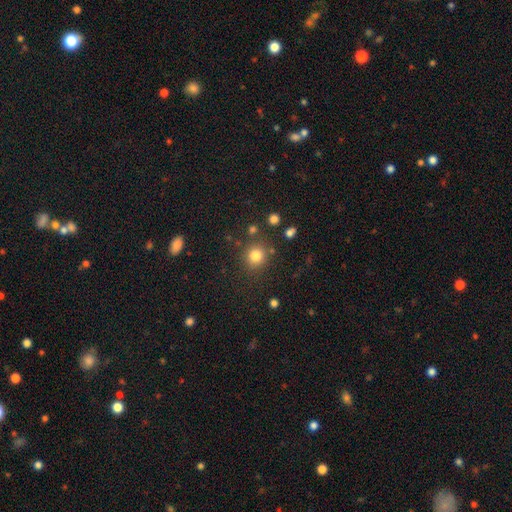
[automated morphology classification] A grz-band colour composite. It shows a smooth galaxy with no disk features (81%) that is round (88%). Merging: none (80%).